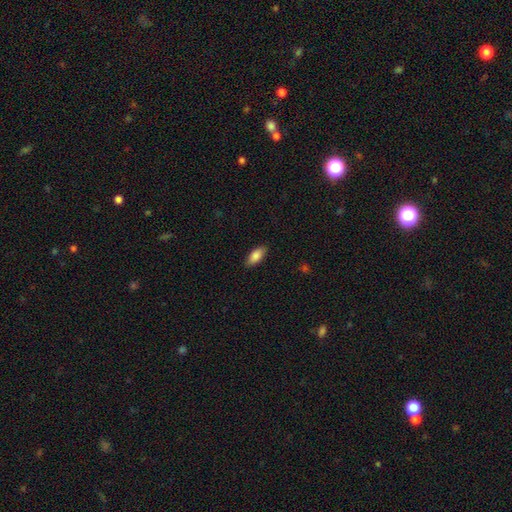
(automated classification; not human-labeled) A smooth galaxy with no disk features (87%) that is in between round and cigar-shaped (86%).

Vote fractions:
- Smooth or featured? smooth: 87% / featured or disk: 7% / star or artifact: 6%
- How rounded? in between: 86% / cigar-shaped: 12% / round: 2%
- Merging? none: 88% / minor disturbance: 9% / major disturbance: 2% / merger: 1%